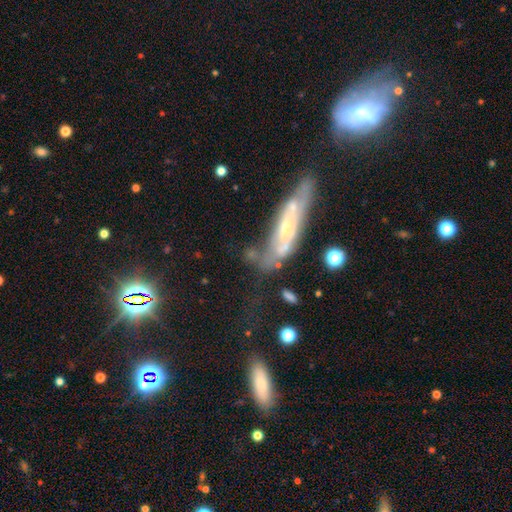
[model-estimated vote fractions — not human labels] This appears to be a featured or disk galaxy (57%). Merging: none (32%).